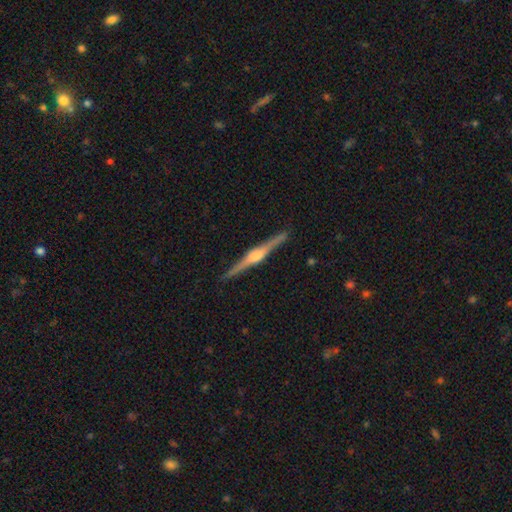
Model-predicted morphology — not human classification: This appears to be a featured or disk galaxy (85%) viewed edge-on (98%) with a rounded central bulge (83%). Merging: none (91%).